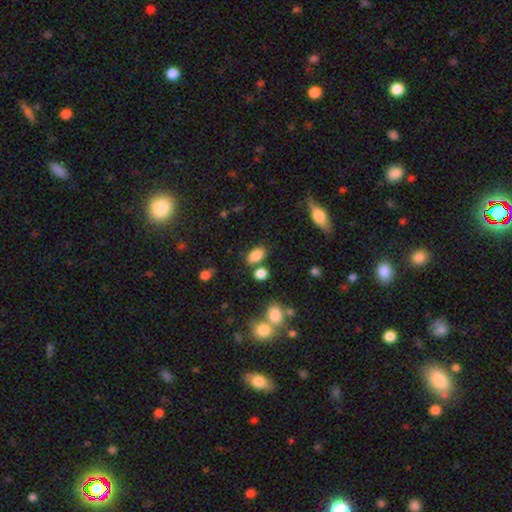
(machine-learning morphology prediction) A smooth galaxy with no disk features (84%) that is in between round and cigar-shaped (89%).

Vote fractions:
- Smooth or featured? smooth: 84% / star or artifact: 10% / featured or disk: 6%
- How rounded? in between: 89% / round: 8% / cigar-shaped: 2%
- Merging? none: 69% / minor disturbance: 13% / merger: 13% / major disturbance: 4%